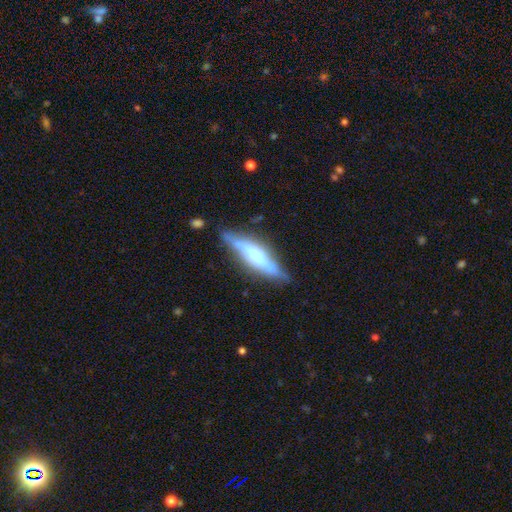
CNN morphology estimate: A featured or disk galaxy (62%) viewed edge-on (88%) with a rounded central bulge (47%). Merging: none (69%).